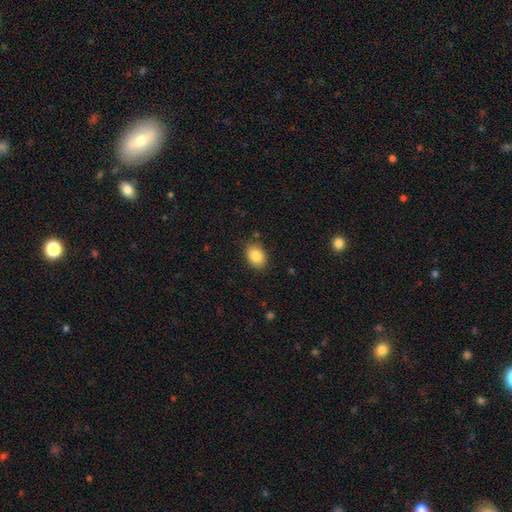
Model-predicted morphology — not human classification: smooth 85%, star or artifact 8%, featured or disk 7%. Down the decision tree: how rounded — in between (74%); merging — none (85%).